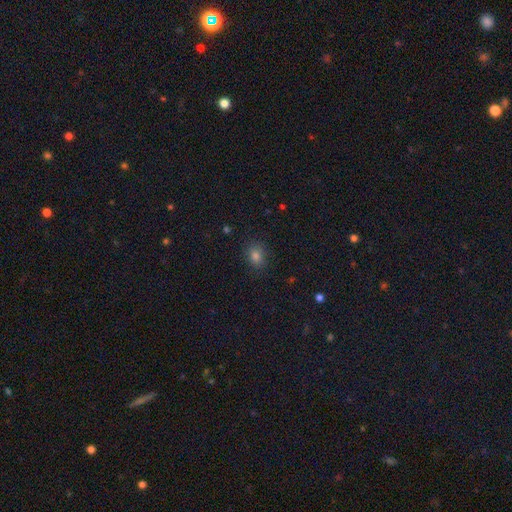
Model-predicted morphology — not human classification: type=smooth (77%); roundness=in between (54%); merging=none (86%).